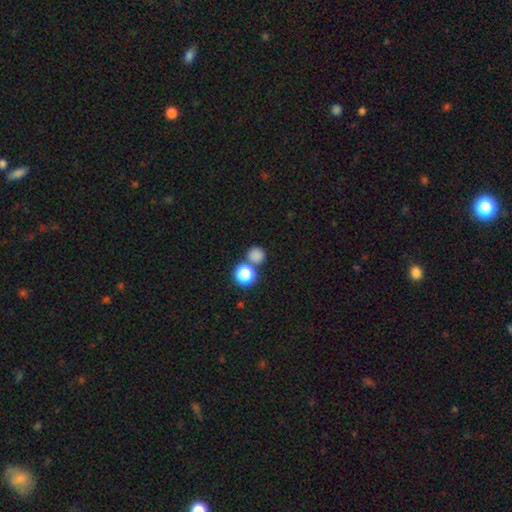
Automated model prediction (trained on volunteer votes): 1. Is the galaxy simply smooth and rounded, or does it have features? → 79% smooth, 17% star or artifact, 5% featured or disk.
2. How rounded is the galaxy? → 90% round, 9% in between, 1% cigar-shaped.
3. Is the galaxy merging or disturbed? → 68% none, 22% merger, 7% minor disturbance, 3% major disturbance.